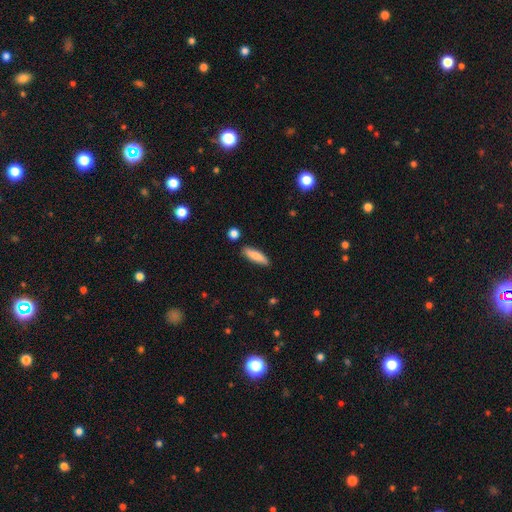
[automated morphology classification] Smooth or featured: smooth — 82% (featured or disk — 12%)
How rounded: cigar-shaped — 63% (in between — 35%)
Merging: none — 86% (minor disturbance — 10%)